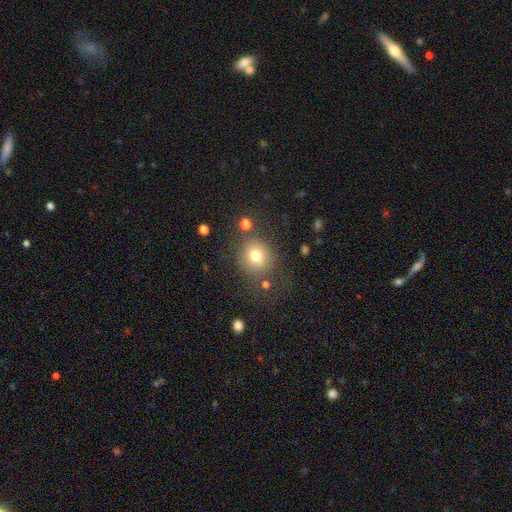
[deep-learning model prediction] smooth 75%, star or artifact 14%, featured or disk 11%. Down the decision tree: how rounded — round (84%); merging — none (75%).